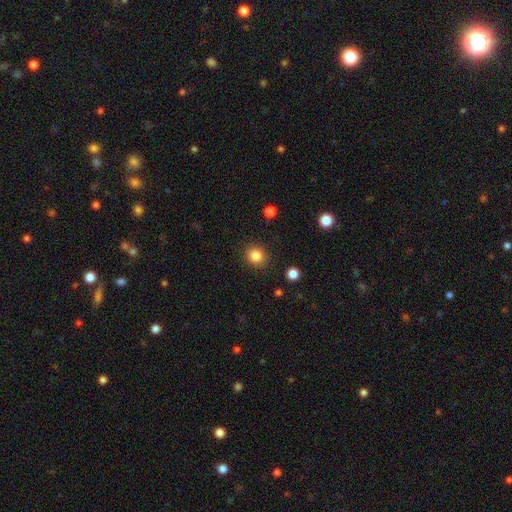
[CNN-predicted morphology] smooth-or-featured: smooth: 84% | star or artifact: 11% | featured or disk: 5%
  how-rounded: round: 80% | in between: 19% | cigar-shaped: 1%
  merging: none: 89% | minor disturbance: 7% | major disturbance: 2% | merger: 1%